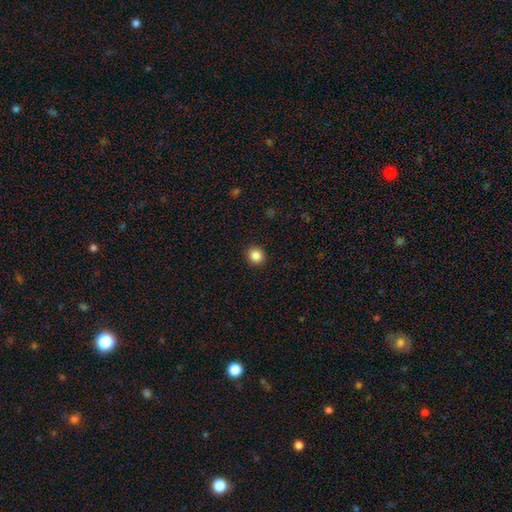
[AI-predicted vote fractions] Morphology: type=smooth (86%); roundness=round (87%); merging=none (92%).